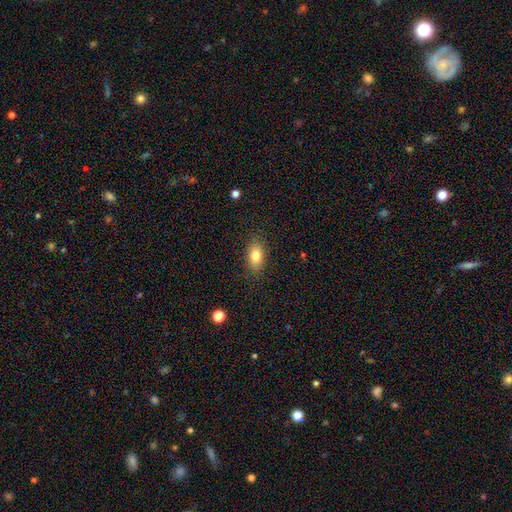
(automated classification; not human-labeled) Q: Smooth or featured?
A: smooth (81%); runner-up: featured or disk (11%)
Q: How rounded?
A: in between (86%); runner-up: round (9%)
Q: Merging?
A: none (86%); runner-up: minor disturbance (11%)